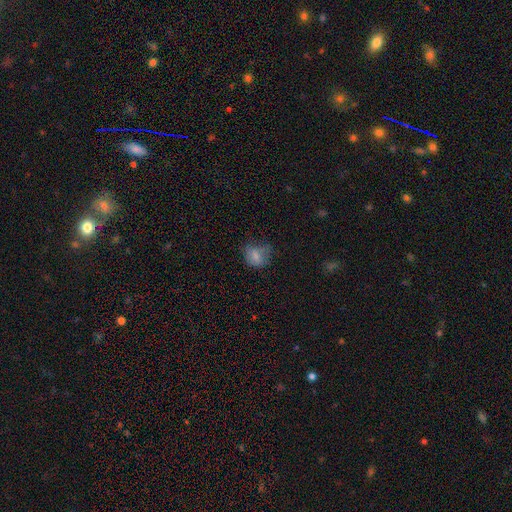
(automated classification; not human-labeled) smooth 74%, featured or disk 14%, star or artifact 12%. Down the decision tree: how rounded — round (55%); merging — none (48%).